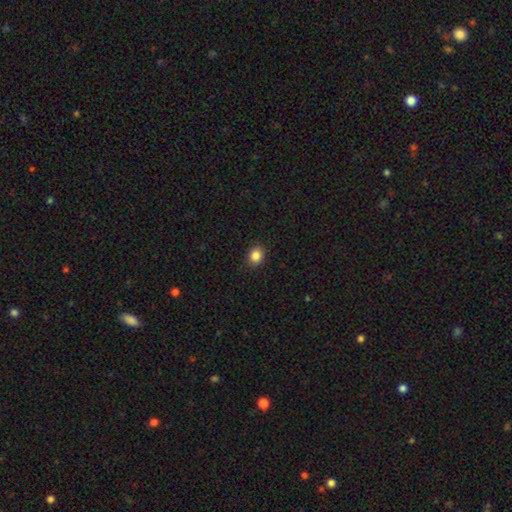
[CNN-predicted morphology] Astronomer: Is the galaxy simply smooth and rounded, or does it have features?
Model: smooth — 86%.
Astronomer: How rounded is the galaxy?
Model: round — 66%.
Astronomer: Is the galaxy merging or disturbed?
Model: none — 90%.